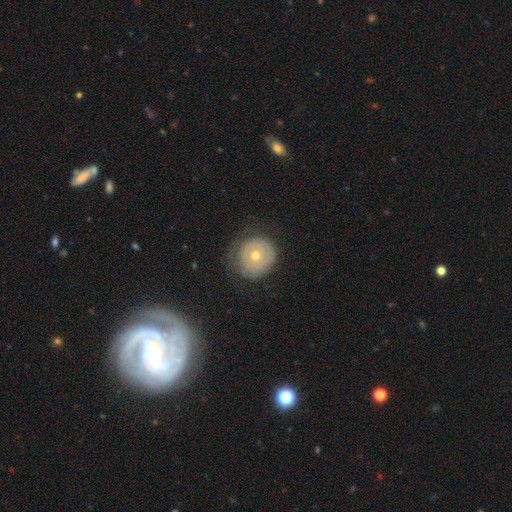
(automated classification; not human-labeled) smooth-or-featured: smooth: 52% | featured or disk: 39% | star or artifact: 9%
  how-rounded: round: 90% | in between: 9% | cigar-shaped: 1%
  merging: none: 69% | minor disturbance: 20% | major disturbance: 9% | merger: 2%